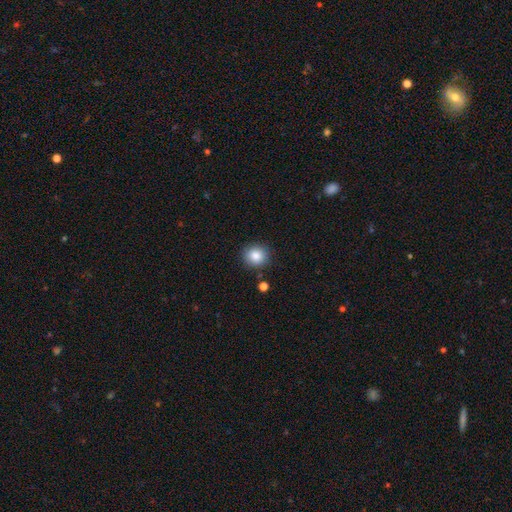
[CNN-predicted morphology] smooth_or_featured: smooth (p=0.84) [alt: star or artifact p=0.10]
how_rounded: round (p=0.87) [alt: in between p=0.12]
merging: none (p=0.88) [alt: minor disturbance p=0.08]